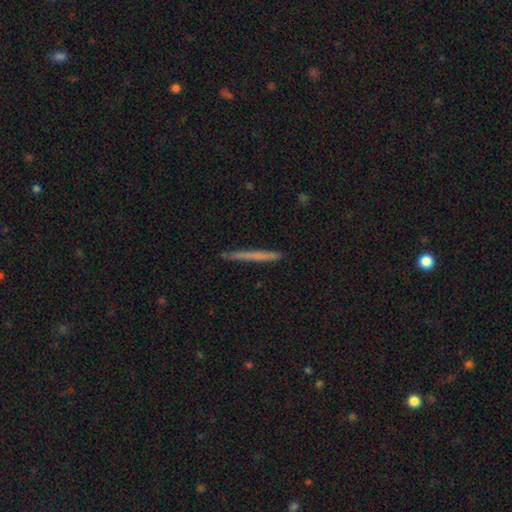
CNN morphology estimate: Overall: smooth (58%; featured or disk 37%). How rounded: cigar-shaped (97%). Merging: none (91%).